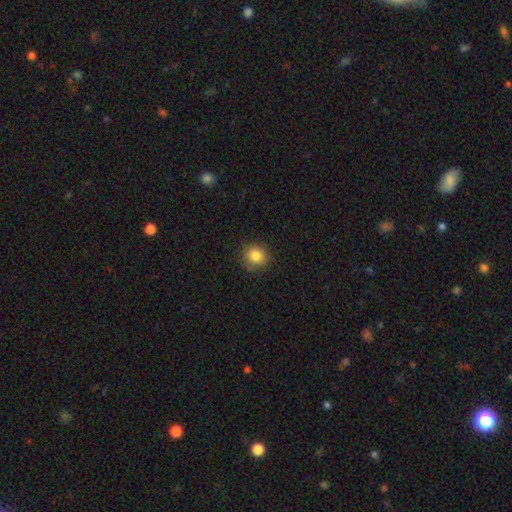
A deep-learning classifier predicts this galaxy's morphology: Smooth or featured? Predicted: smooth (p=0.84). How rounded? Predicted: round (p=0.90). Merging? Predicted: none (p=0.85).